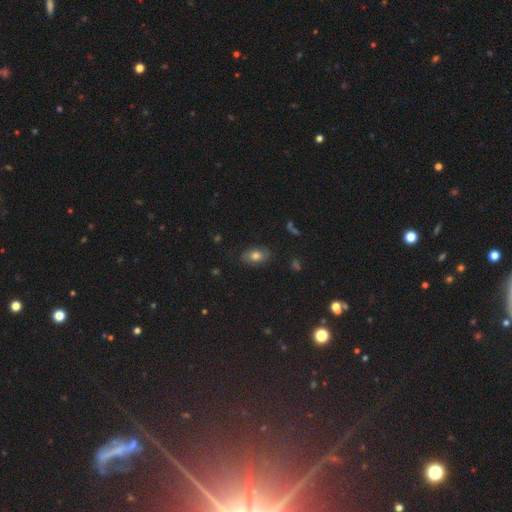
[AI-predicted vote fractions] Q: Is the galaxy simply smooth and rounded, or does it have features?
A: smooth — 69%.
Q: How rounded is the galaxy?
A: in between — 87%.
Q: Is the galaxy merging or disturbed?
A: none — 78%.